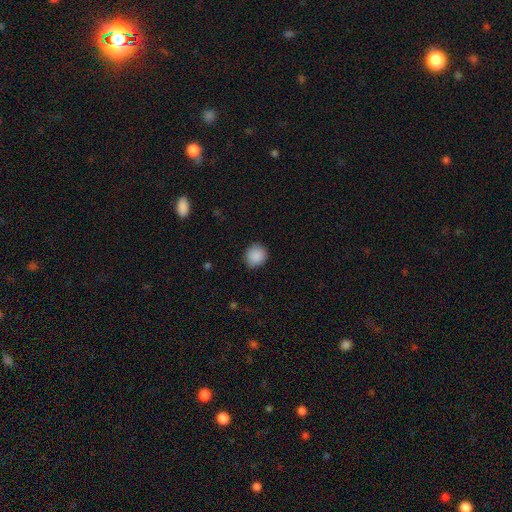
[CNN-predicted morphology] Smooth or featured?
  - smooth: 89% *
  - star or artifact: 8%
  - featured or disk: 3%
How rounded?
  - round: 85% *
  - in between: 14%
  - cigar-shaped: 1%
Merging?
  - none: 88% *
  - minor disturbance: 9%
  - major disturbance: 2%
  - merger: 1%